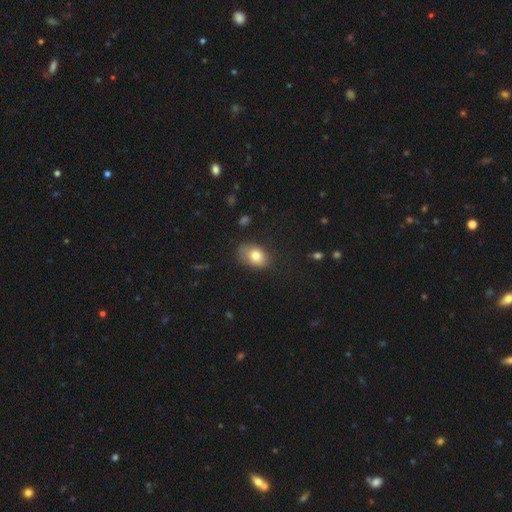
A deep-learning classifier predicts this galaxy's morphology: Overall: smooth (79%). How rounded: in between (79%). Merging: none (68%).